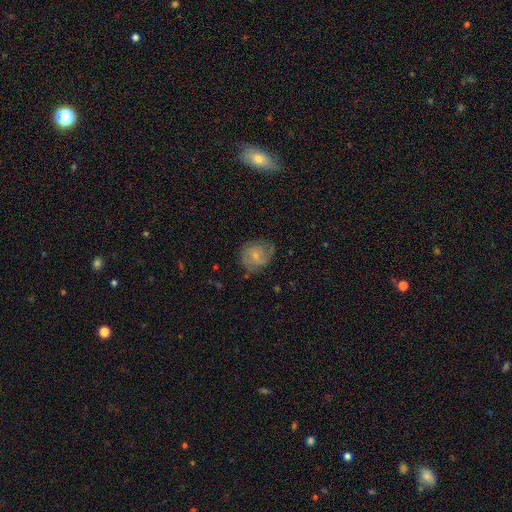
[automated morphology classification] This is possibly a featured or disk galaxy (51%). It is clearly not viewed edge-on (97%). Merging: likely none (62%).